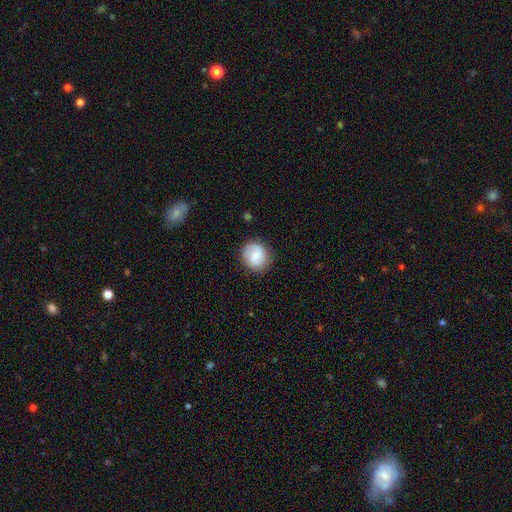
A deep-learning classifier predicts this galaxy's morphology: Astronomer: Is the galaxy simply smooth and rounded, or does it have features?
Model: smooth — 62%.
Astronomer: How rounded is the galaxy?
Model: round — 85%.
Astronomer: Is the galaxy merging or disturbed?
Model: none — 84%.